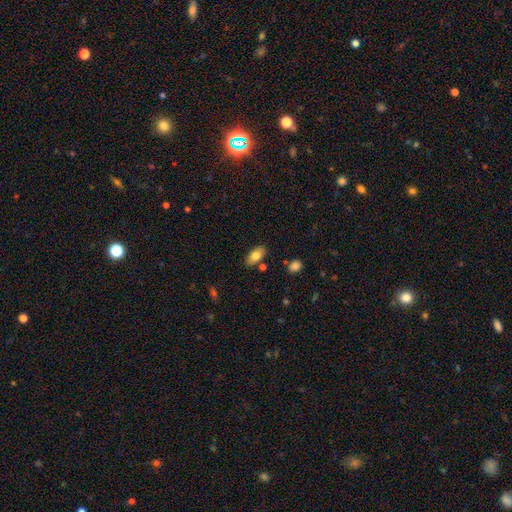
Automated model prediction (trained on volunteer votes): Smooth or featured?
  - smooth: 79% *
  - featured or disk: 13%
  - star or artifact: 7%
How rounded?
  - in between: 91% *
  - cigar-shaped: 5%
  - round: 4%
Merging?
  - none: 83% *
  - minor disturbance: 11%
  - merger: 4%
  - major disturbance: 2%